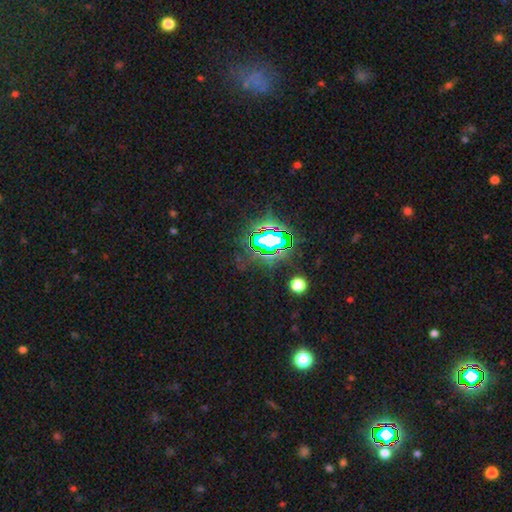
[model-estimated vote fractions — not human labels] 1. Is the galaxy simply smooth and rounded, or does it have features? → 79% star or artifact, 13% smooth, 8% featured or disk.